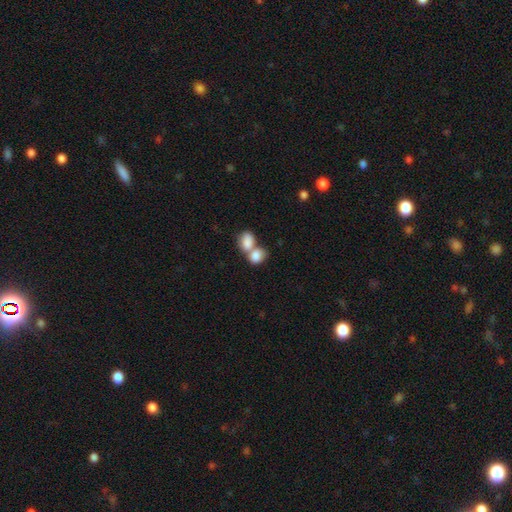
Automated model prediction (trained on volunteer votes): Q: Smooth or featured?
A: smooth (83%); runner-up: featured or disk (10%)
Q: How rounded?
A: in between (71%); runner-up: round (27%)
Q: Merging?
A: merger (72%); runner-up: none (18%)